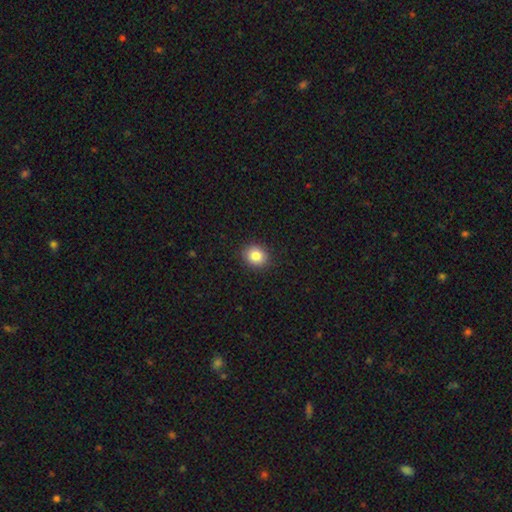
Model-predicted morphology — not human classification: Overall: smooth (84%). How rounded: round (73%). Merging: none (90%).